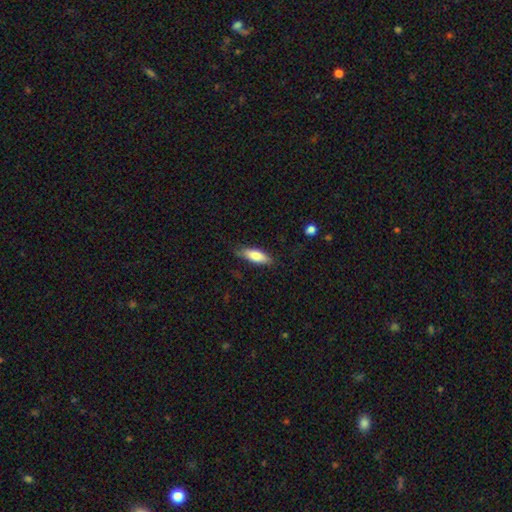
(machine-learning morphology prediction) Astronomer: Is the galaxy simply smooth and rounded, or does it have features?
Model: smooth — 78%.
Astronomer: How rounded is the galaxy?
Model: in between — 59% (runner-up: cigar-shaped, 39%).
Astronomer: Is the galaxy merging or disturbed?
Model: none — 77%.